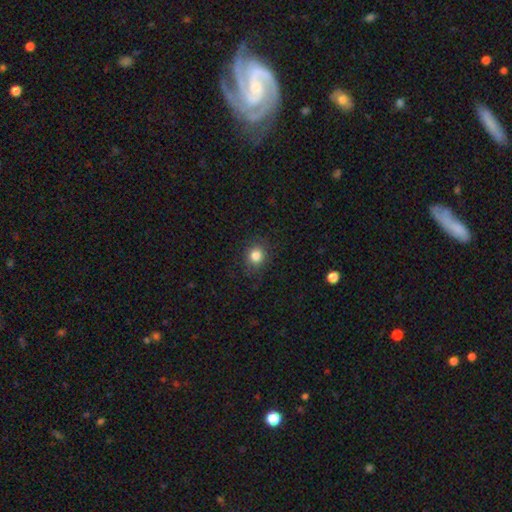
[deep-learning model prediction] smooth-or-featured: smooth: 83% | star or artifact: 11% | featured or disk: 6%
  how-rounded: round: 75% | in between: 24% | cigar-shaped: 1%
  merging: none: 84% | minor disturbance: 11% | major disturbance: 4% | merger: 1%